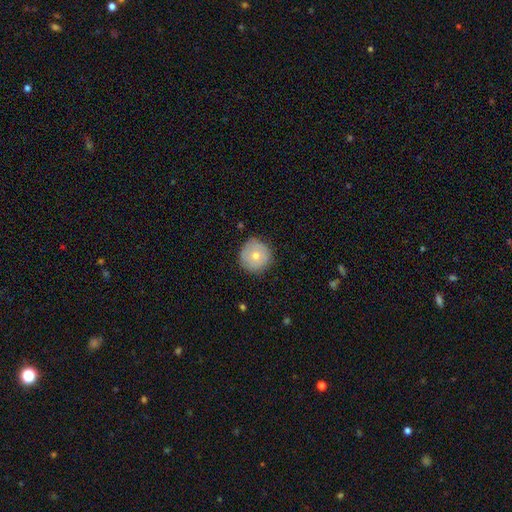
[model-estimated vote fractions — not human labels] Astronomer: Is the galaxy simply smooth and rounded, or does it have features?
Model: smooth — 68%.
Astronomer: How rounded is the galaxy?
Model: round — 95%.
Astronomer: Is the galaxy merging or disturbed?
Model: none — 81%.